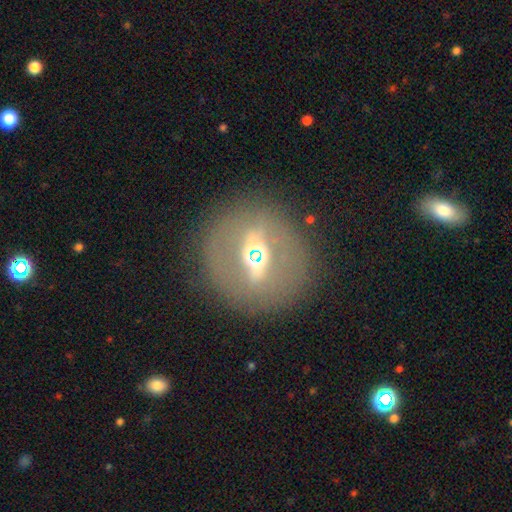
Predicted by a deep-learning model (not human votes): Smooth or featured? Predicted: featured or disk (p=0.55). Edge-on disk? Predicted: no (p=0.73). Merging? Predicted: none (p=0.80).